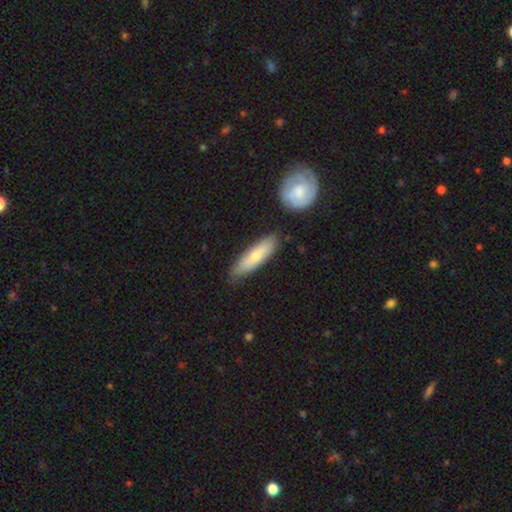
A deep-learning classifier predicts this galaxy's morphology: smooth_or_featured: smooth (p=0.68) [alt: featured or disk p=0.27]
how_rounded: cigar-shaped (p=0.69) [alt: in between p=0.29]
merging: none (p=0.76) [alt: minor disturbance p=0.16]